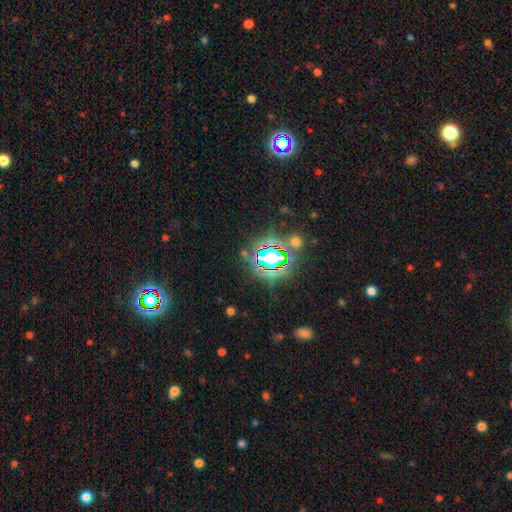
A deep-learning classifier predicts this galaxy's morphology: Smooth or featured? star or artifact (82%)